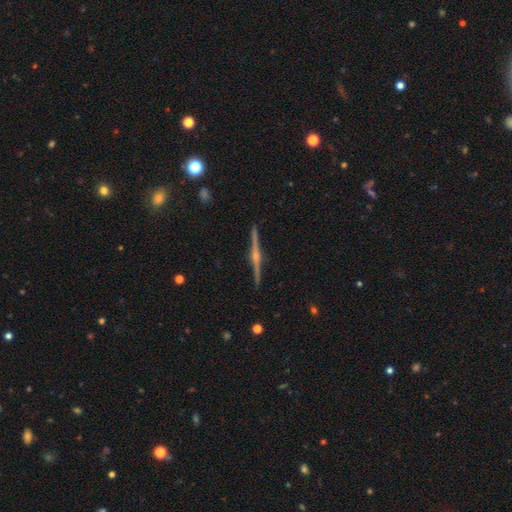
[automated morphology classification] featured or disk 87%, smooth 7%, star or artifact 6%. Down the decision tree: edge-on disk — yes (99%); edge-on bulge — rounded (90%); merging — none (92%).